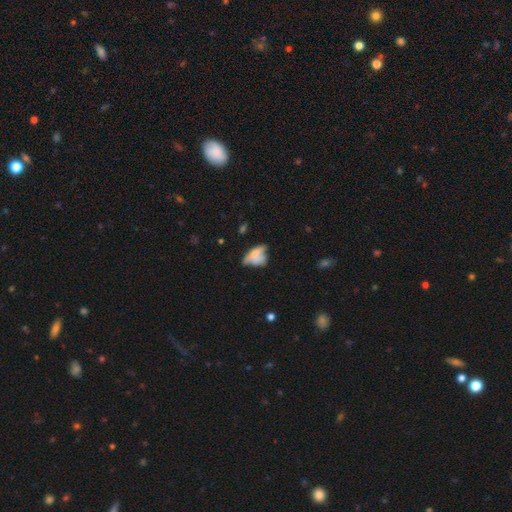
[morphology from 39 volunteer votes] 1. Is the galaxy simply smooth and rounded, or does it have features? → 51% smooth, 41% featured or disk, 8% star or artifact.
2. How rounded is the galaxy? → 55% in between, 45% cigar-shaped, 0% round.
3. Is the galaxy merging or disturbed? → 42% none (tied), 42% merger (tied), 11% major disturbance, 6% minor disturbance.